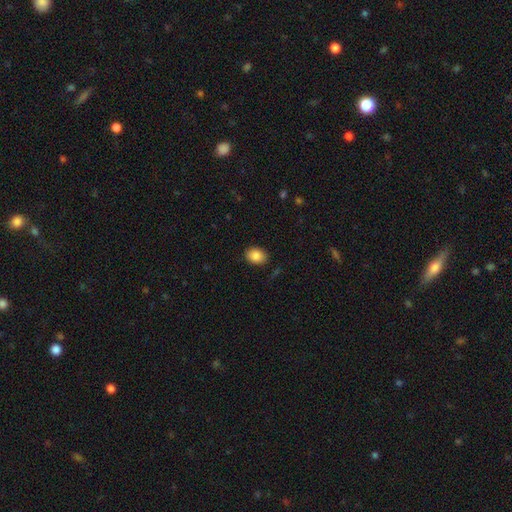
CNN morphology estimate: smooth-or-featured: smooth: 86% | star or artifact: 8% | featured or disk: 5%
  how-rounded: in between: 68% | round: 31% | cigar-shaped: 1%
  merging: none: 87% | minor disturbance: 10% | major disturbance: 2% | merger: 1%